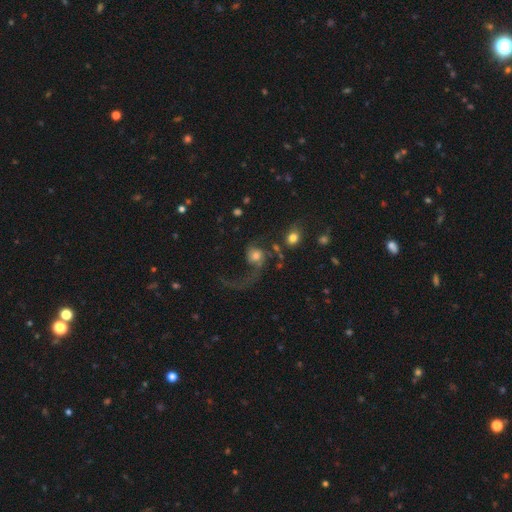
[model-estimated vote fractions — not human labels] Smooth or featured? featured or disk (60%)
Edge-on disk? no (97%)
Bar? no (74%)
Spiral arms? yes (86%)
Bulge size? moderate (53%)
Merging? major disturbance (48%)